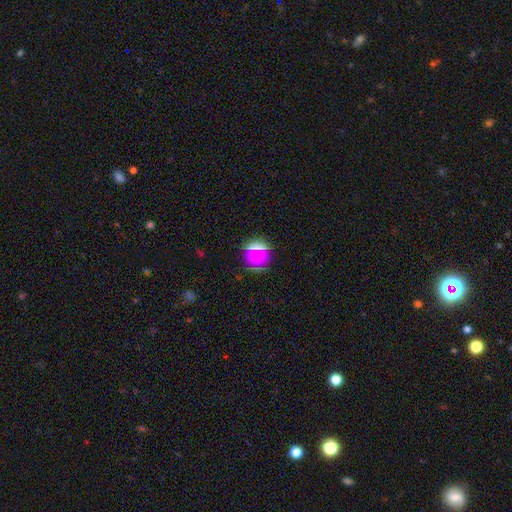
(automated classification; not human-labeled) Q: Smooth or featured?
A: smooth (70%); runner-up: star or artifact (18%)
Q: How rounded?
A: round (91%); runner-up: in between (8%)
Q: Merging?
A: none (83%); runner-up: minor disturbance (11%)